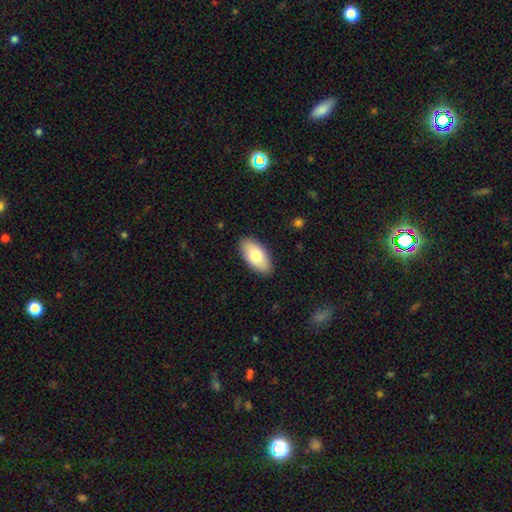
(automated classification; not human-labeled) A smooth galaxy with no disk features (78%) that is in between round and cigar-shaped (94%).

Vote fractions:
- Smooth or featured? smooth: 78% / featured or disk: 16% / star or artifact: 6%
- How rounded? in between: 94% / cigar-shaped: 4% / round: 2%
- Merging? none: 88% / minor disturbance: 9% / major disturbance: 2% / merger: 1%